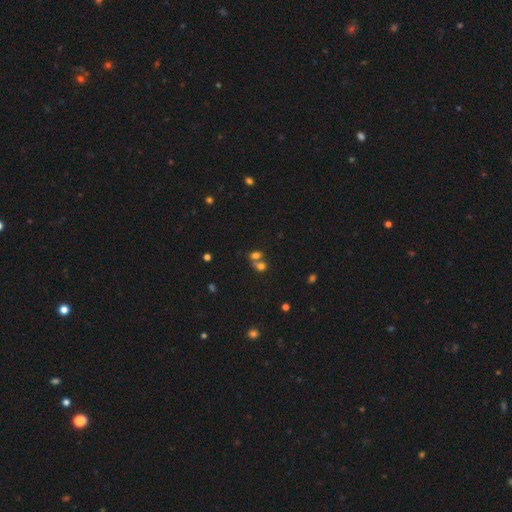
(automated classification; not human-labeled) The model was most divided on "how rounded": in between: 62%, round: 34%, cigar-shaped: 3%. More confident: smooth or featured — smooth (68%); merging — merger (59%).